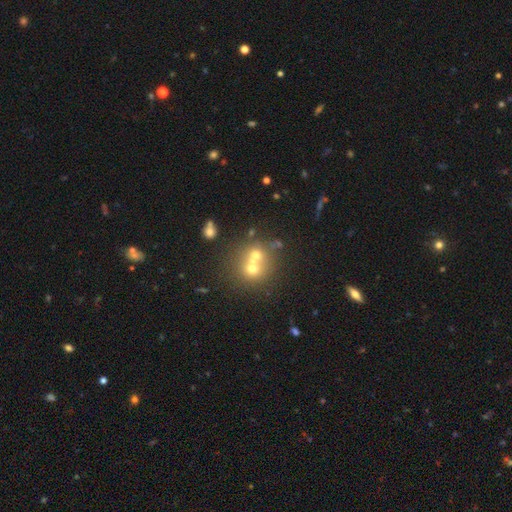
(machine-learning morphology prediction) The model was most divided on "merging": merger: 55%, none: 35%, minor disturbance: 7%, major disturbance: 4%. More confident: how rounded — round (80%); smooth or featured — smooth (56%).